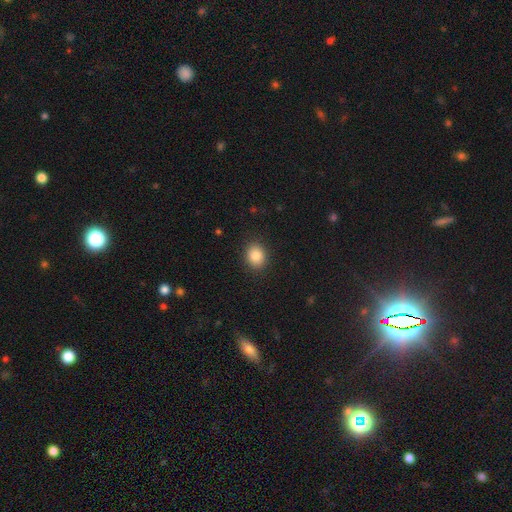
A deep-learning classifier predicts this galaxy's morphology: Smooth or featured: smooth — 85% (star or artifact — 9%)
How rounded: round — 58% (in between — 41%)
Merging: none — 89% (minor disturbance — 7%)